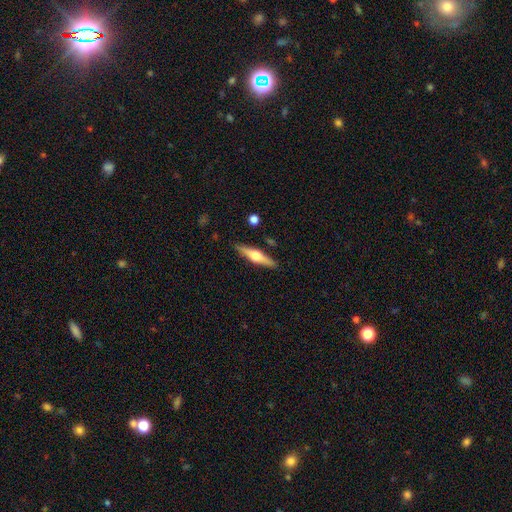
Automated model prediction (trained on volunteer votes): Smooth or featured?
  - featured or disk: 65% *
  - smooth: 30%
  - star or artifact: 6%
Edge-on disk?
  - yes: 97% *
  - no: 3%
Edge-on bulge?
  - rounded: 94% *
  - boxy: 4%
  - none: 2%
Merging?
  - none: 88% *
  - minor disturbance: 8%
  - merger: 2%
  - major disturbance: 2%